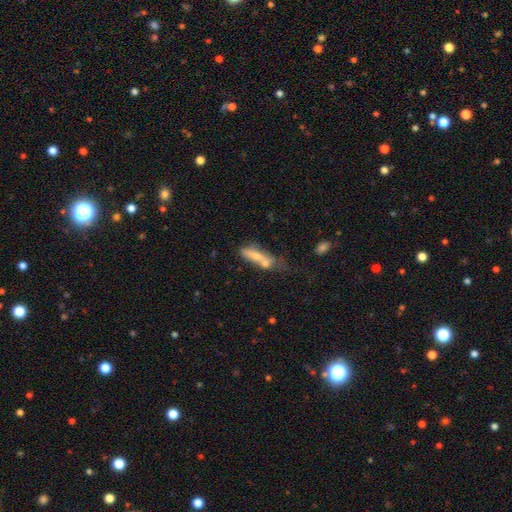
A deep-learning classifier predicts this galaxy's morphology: Smooth or featured: smooth — 56% (featured or disk — 34%)
How rounded: cigar-shaped — 59% (in between — 37%)
Merging: merger — 41% (none — 28%)